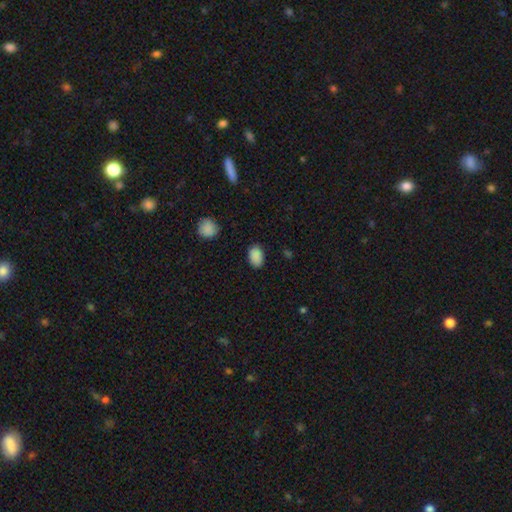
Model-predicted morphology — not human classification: Q: Smooth or featured?
A: smooth (89%); runner-up: star or artifact (9%)
Q: How rounded?
A: in between (83%); runner-up: round (15%)
Q: Merging?
A: none (85%); runner-up: minor disturbance (11%)